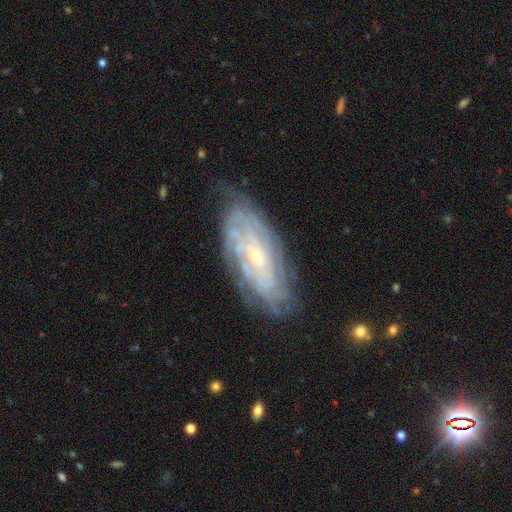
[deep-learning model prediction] smooth_or_featured: featured or disk (p=0.80) [alt: smooth p=0.13]
disk_edge_on: no (p=0.90) [alt: yes p=0.10]
bar: no (p=0.62) [alt: weak p=0.29]
has_spiral_arms: yes (p=0.90) [alt: no p=0.10]
spiral_winding: tight (p=0.76) [alt: medium p=0.19]
spiral_arm_count: can't tell (p=0.54) [alt: 4 p=0.13]
bulge_size: small (p=0.78) [alt: moderate p=0.18]
merging: none (p=0.75) [alt: minor disturbance p=0.18]